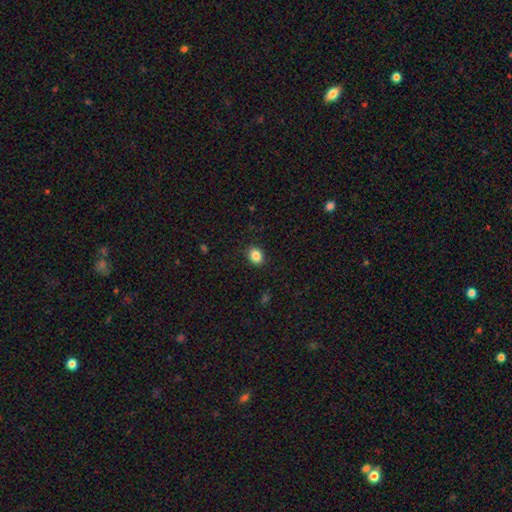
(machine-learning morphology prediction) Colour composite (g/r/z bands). It shows a smooth galaxy with no disk features (85%) that is in between round and cigar-shaped (53%). Merging: none (90%).